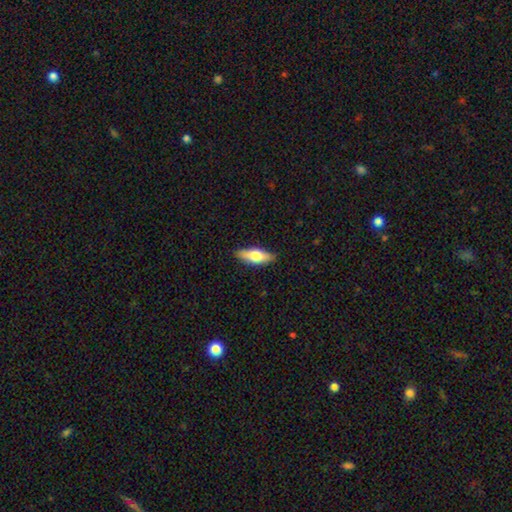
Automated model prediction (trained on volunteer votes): This is likely a smooth galaxy (60%). How rounded: likely in between (66%). Merging: clearly none (87%).